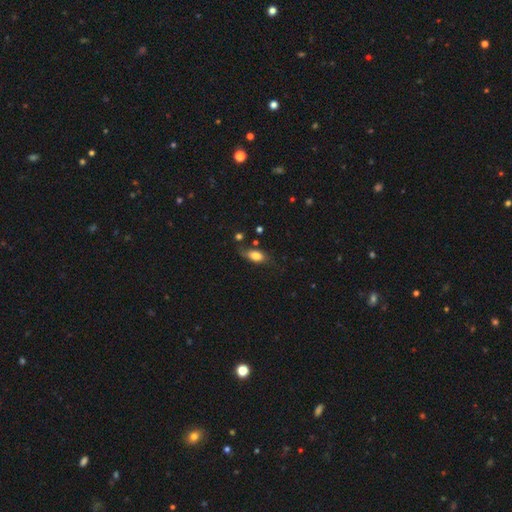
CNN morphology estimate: smooth 77%, featured or disk 15%, star or artifact 8%. Down the decision tree: how rounded — in between (85%); merging — none (58%).